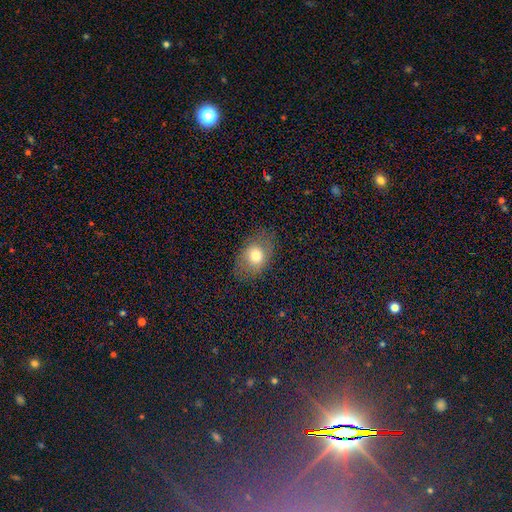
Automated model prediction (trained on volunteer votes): Q: Smooth or featured?
A: smooth (75%); runner-up: featured or disk (14%)
Q: How rounded?
A: in between (72%); runner-up: round (27%)
Q: Merging?
A: none (79%); runner-up: minor disturbance (14%)